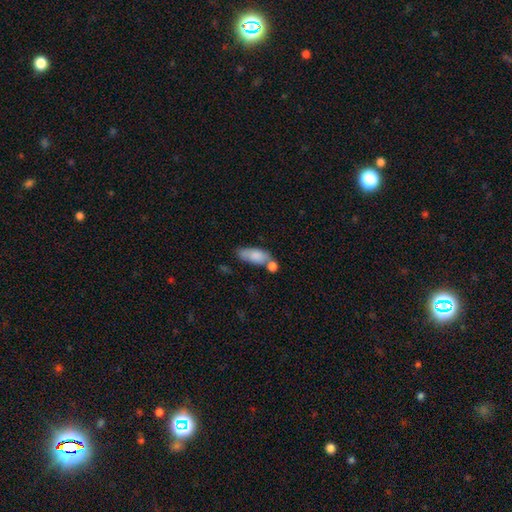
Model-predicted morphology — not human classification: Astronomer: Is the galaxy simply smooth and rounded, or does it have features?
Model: smooth — 81%.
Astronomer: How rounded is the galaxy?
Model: in between — 79%.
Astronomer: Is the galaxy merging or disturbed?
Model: none — 45% (runner-up: merger, 30%).